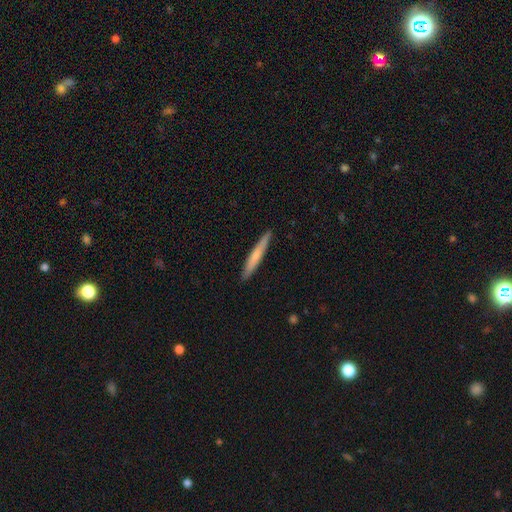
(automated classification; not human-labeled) Morphology: type=smooth (67%); roundness=cigar-shaped (96%); merging=none (91%).